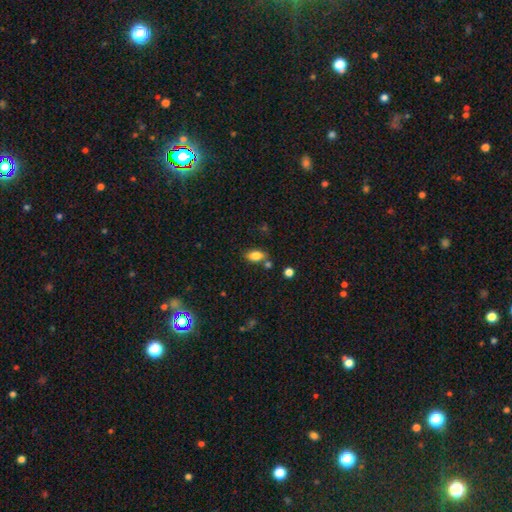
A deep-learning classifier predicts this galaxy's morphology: smooth-or-featured: smooth: 81% | featured or disk: 10% | star or artifact: 9%
  how-rounded: in between: 87% | round: 8% | cigar-shaped: 5%
  merging: none: 71% | minor disturbance: 15% | merger: 10% | major disturbance: 4%